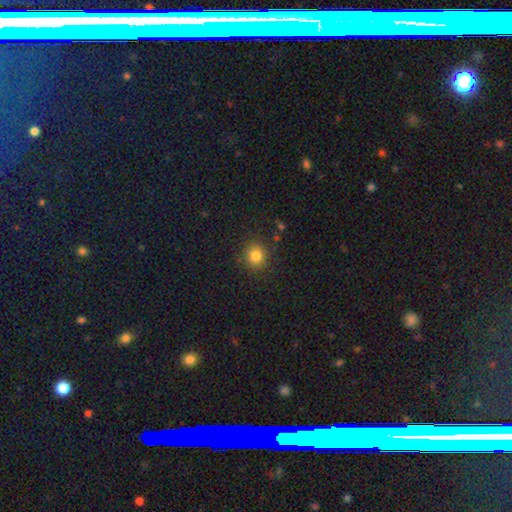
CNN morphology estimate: smooth-or-featured: smooth: 81% | star or artifact: 13% | featured or disk: 6%
  how-rounded: round: 82% | in between: 17% | cigar-shaped: 1%
  merging: none: 87% | minor disturbance: 8% | major disturbance: 3% | merger: 2%